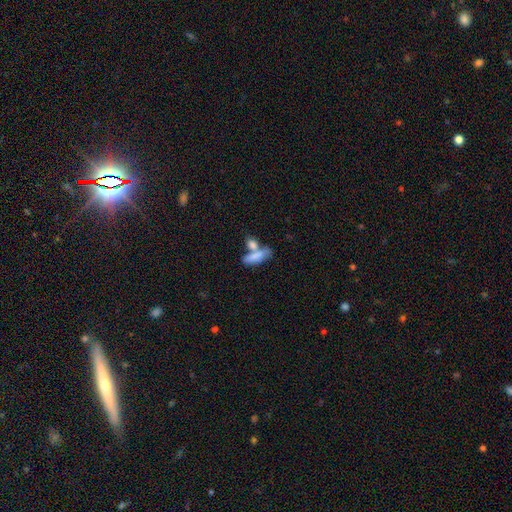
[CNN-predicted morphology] smooth-or-featured: smooth: 77% | featured or disk: 16% | star or artifact: 7%
  how-rounded: in between: 57% | cigar-shaped: 38% | round: 5%
  merging: merger: 44% | none: 39% | minor disturbance: 12% | major disturbance: 6%